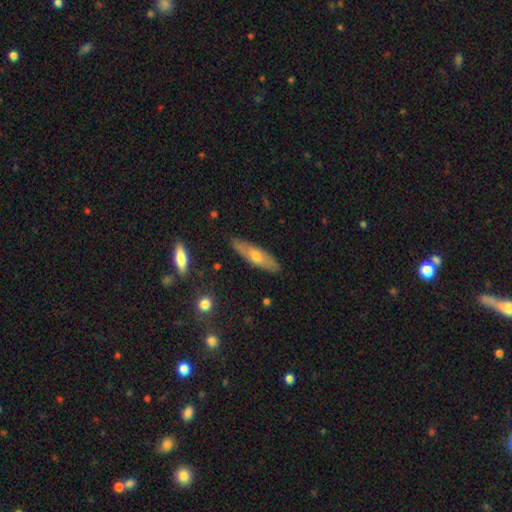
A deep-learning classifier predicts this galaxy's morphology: A featured or disk galaxy (47%). Merging: none (85%).